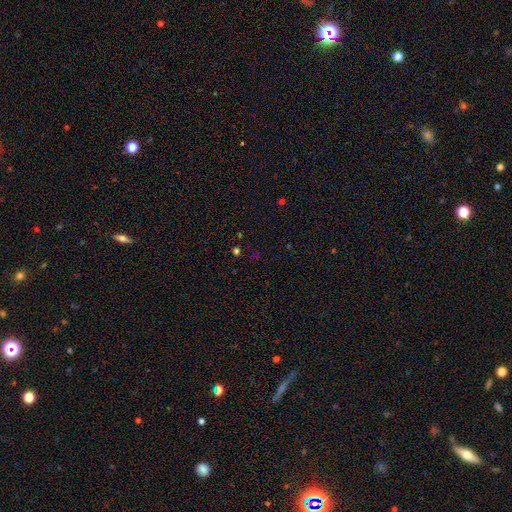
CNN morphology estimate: Q: Smooth or featured?
A: star or artifact (55%); runner-up: smooth (38%)